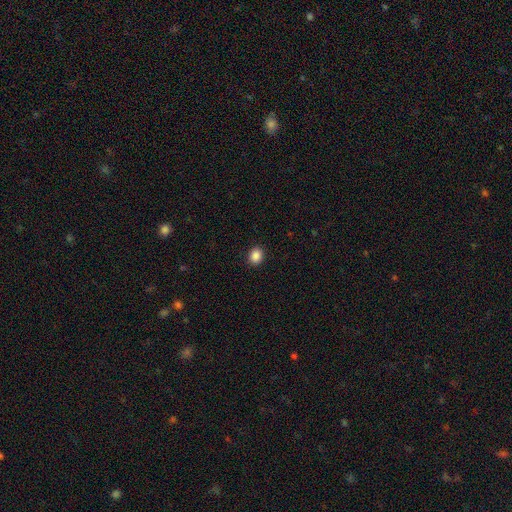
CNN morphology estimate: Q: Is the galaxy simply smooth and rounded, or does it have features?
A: smooth — 88%.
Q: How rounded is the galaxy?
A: round — 58%.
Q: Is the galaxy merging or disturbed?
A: none — 91%.